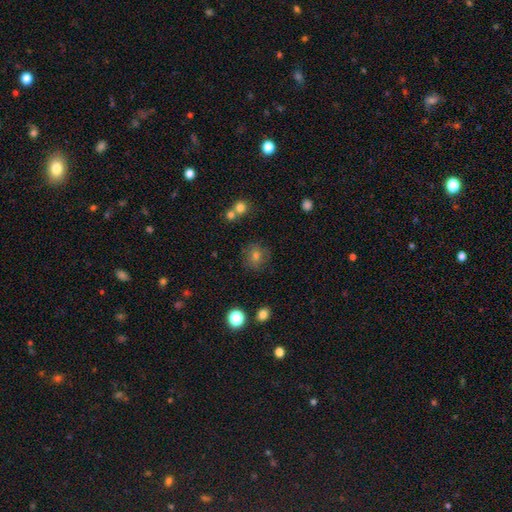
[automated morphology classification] Smooth or featured?
  - smooth: 68% *
  - star or artifact: 19%
  - featured or disk: 13%
How rounded?
  - round: 86% *
  - in between: 13%
  - cigar-shaped: 1%
Merging?
  - none: 82% *
  - minor disturbance: 10%
  - merger: 4%
  - major disturbance: 4%